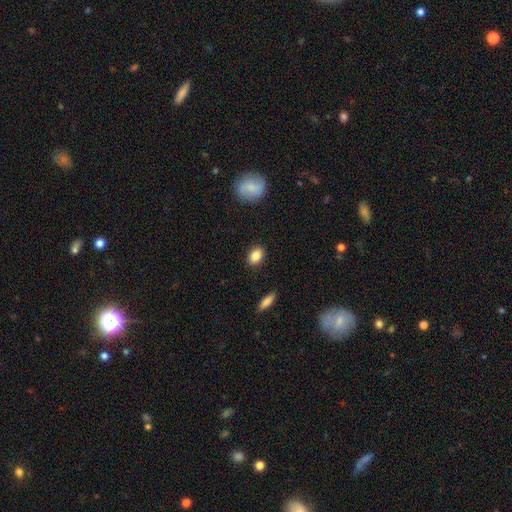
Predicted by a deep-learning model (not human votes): A smooth galaxy with no disk features (86%) that is in between round and cigar-shaped (72%).

Vote fractions:
- Smooth or featured? smooth: 86% / star or artifact: 8% / featured or disk: 6%
- How rounded? in between: 72% / round: 26% / cigar-shaped: 2%
- Merging? none: 88% / minor disturbance: 8% / major disturbance: 2% / merger: 1%